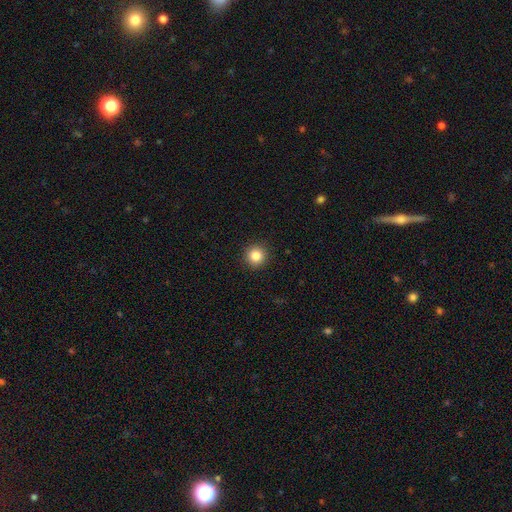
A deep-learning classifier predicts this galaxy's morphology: Overall: smooth (85%). How rounded: round (94%). Merging: none (93%).